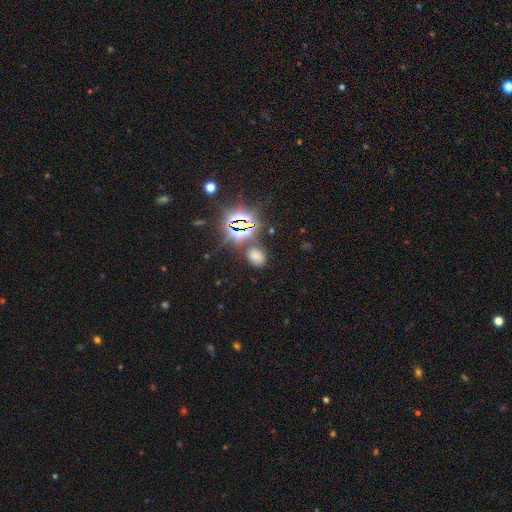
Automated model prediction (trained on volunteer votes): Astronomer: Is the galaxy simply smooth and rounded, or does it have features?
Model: smooth — 54% (runner-up: star or artifact, 39%).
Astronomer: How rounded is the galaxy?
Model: in between — 75%.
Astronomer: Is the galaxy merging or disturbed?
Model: none — 74%.